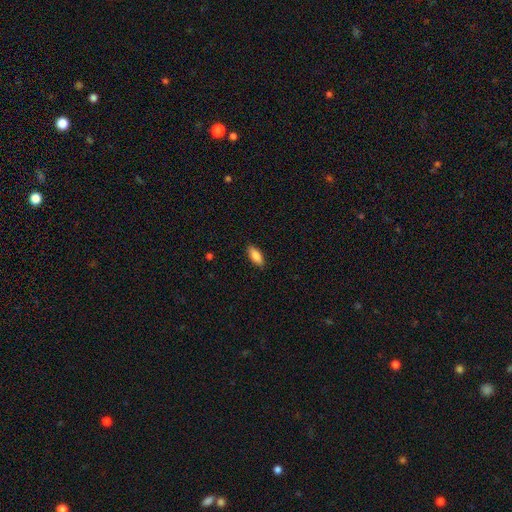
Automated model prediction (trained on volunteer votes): A smooth galaxy with no disk features (85%) that is in between round and cigar-shaped (78%).

Vote fractions:
- Smooth or featured? smooth: 85% / featured or disk: 9% / star or artifact: 6%
- How rounded? in between: 78% / cigar-shaped: 20% / round: 2%
- Merging? none: 88% / minor disturbance: 9% / major disturbance: 2% / merger: 1%